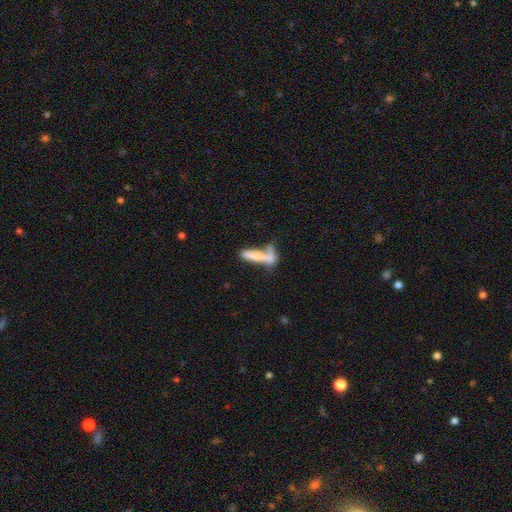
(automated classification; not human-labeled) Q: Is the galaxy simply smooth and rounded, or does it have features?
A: smooth — 65%.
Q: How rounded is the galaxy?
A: cigar-shaped — 72%.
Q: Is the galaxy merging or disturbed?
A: merger — 51%.